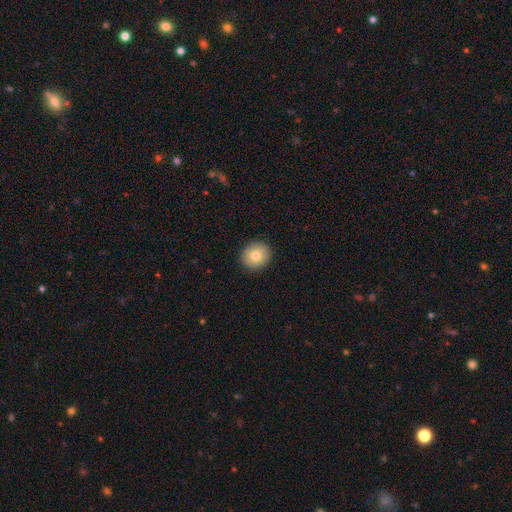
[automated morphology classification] Overall: smooth (77%). How rounded: round (86%). Merging: none (91%).